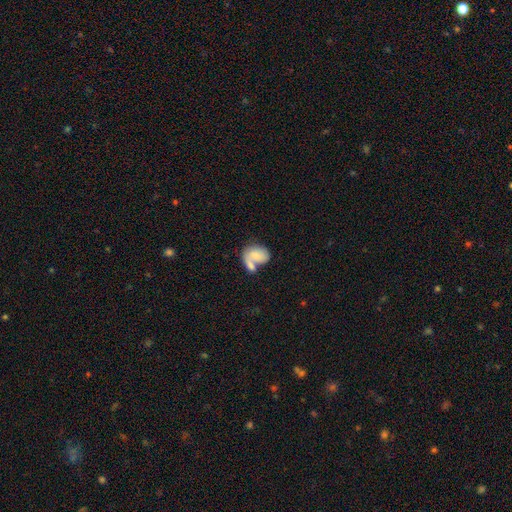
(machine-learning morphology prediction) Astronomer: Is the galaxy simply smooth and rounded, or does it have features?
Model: smooth — 63%.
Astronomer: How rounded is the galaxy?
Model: in between — 66%.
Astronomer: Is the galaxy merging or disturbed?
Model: merger — 52%.